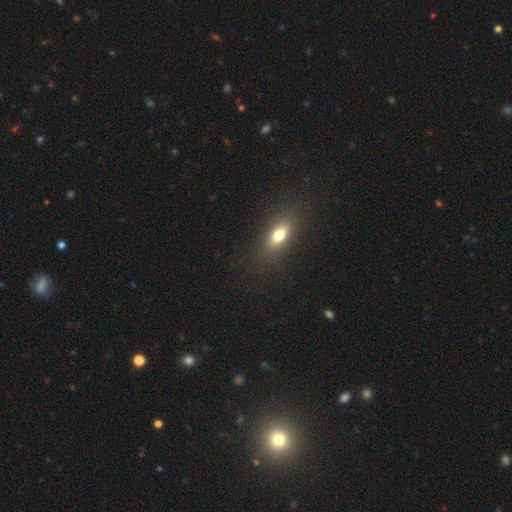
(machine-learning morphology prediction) The model was most divided on "smooth or featured": smooth: 58%, star or artifact: 30%, featured or disk: 12%. More confident: merging — none (87%); how rounded — in between (73%).